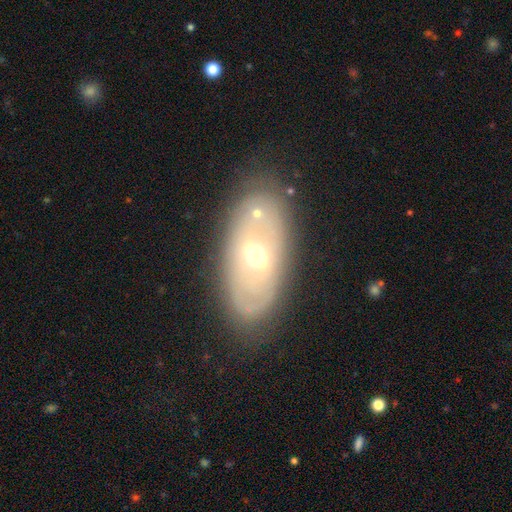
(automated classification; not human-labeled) smooth_or_featured: featured or disk (p=0.63) [alt: smooth p=0.29]
disk_edge_on: no (p=0.88) [alt: yes p=0.12]
bar: no (p=0.59) [alt: weak p=0.30]
has_spiral_arms: no (p=0.58) [alt: yes p=0.42]
bulge_size: moderate (p=0.66) [alt: small p=0.28]
merging: none (p=0.74) [alt: minor disturbance p=0.15]